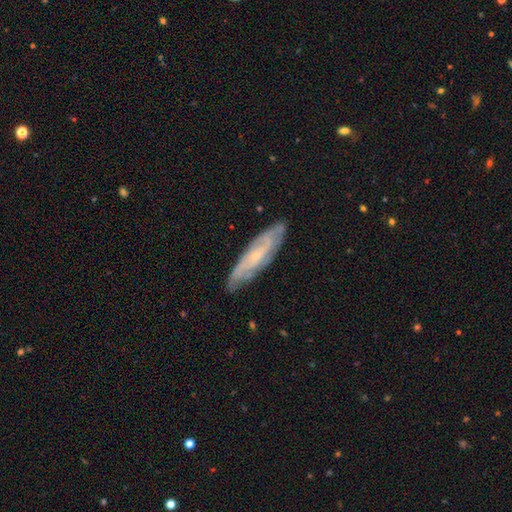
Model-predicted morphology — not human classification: featured or disk 74%, smooth 19%, star or artifact 7%. Down the decision tree: edge-on disk — no (72%); bar — no (59%); spiral arms — yes (90%); bulge size — small (74%); merging — none (80%).